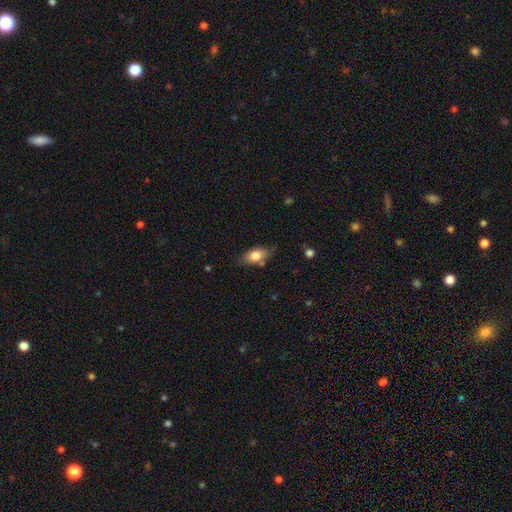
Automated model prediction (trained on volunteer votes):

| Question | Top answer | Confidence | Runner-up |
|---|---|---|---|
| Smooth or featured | smooth | 78% | featured or disk (15%) |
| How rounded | in between | 87% | cigar-shaped (7%) |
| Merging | none | 73% | minor disturbance (19%) |